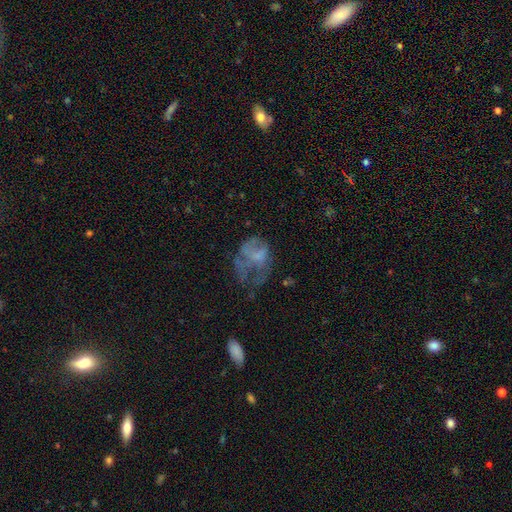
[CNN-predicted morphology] type=featured or disk (45%); merging=major disturbance (48%).